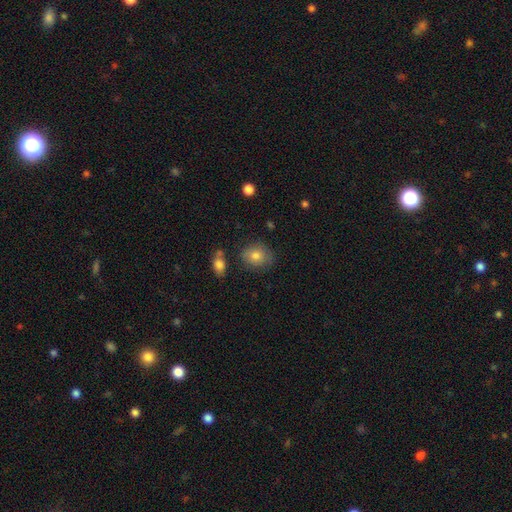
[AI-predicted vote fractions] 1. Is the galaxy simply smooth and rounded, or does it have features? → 80% smooth, 11% featured or disk, 9% star or artifact.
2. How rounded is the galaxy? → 62% round, 37% in between, 1% cigar-shaped.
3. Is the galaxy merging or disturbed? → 76% none, 16% minor disturbance, 4% merger, 4% major disturbance.